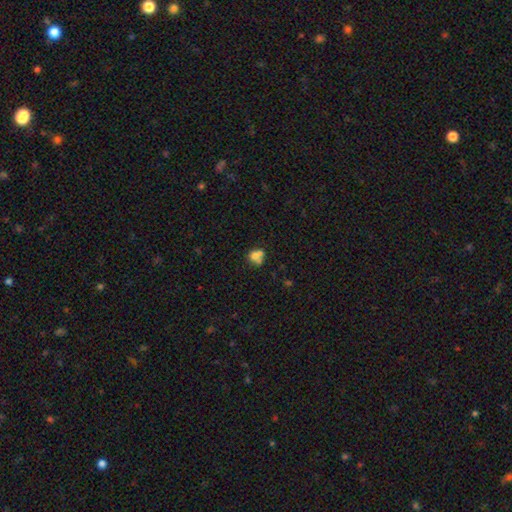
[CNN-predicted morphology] A smooth galaxy with no disk features (66%) that is round (72%). Merging: merger (53%).